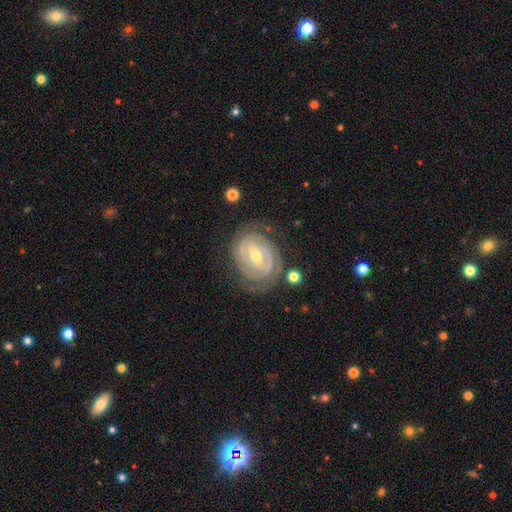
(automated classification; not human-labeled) The model was most divided on "bar": strong: 46%, weak: 39%, no: 15%. More confident: edge-on disk — no (96%); spiral arms — yes (89%); smooth or featured — featured or disk (87%); spiral winding — tight (77%); merging — none (75%); bulge size — moderate (60%); spiral arm count — 2 (50%).